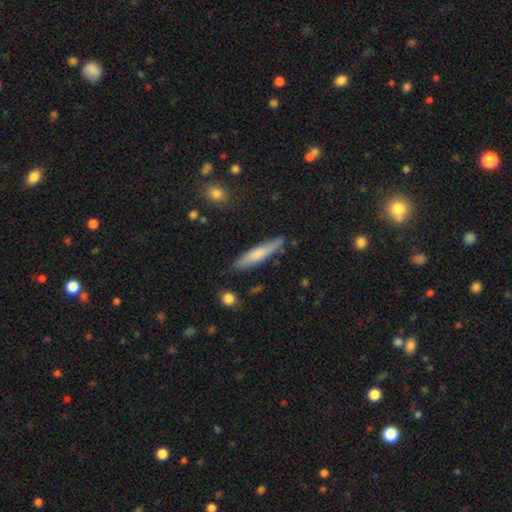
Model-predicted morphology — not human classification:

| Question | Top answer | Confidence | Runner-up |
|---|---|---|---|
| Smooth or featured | smooth | 66% | featured or disk (28%) |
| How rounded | cigar-shaped | 89% | in between (10%) |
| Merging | none | 85% | minor disturbance (11%) |